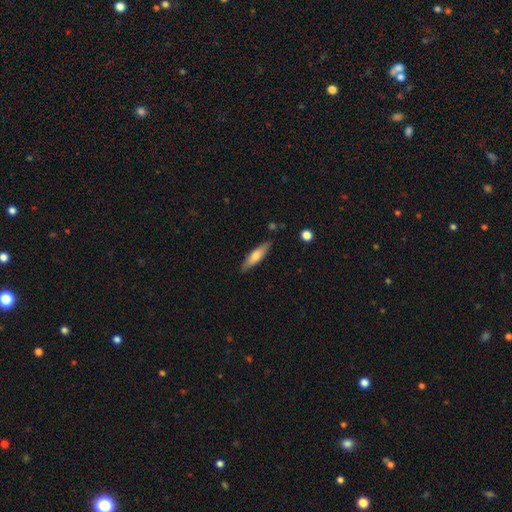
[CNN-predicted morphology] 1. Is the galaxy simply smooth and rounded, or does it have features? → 58% smooth, 36% featured or disk, 6% star or artifact.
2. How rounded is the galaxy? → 76% cigar-shaped, 23% in between, 2% round.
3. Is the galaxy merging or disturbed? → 85% none, 11% minor disturbance, 2% merger, 2% major disturbance.